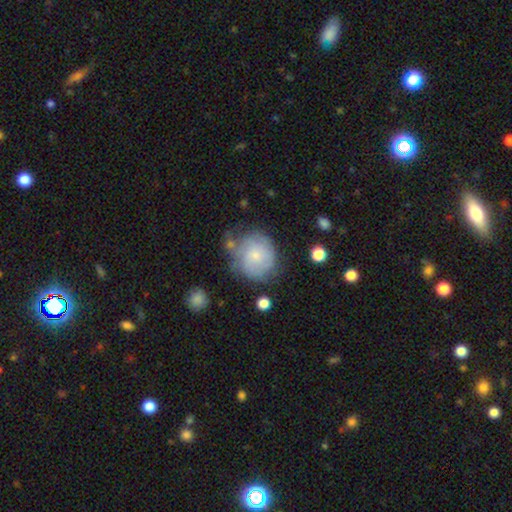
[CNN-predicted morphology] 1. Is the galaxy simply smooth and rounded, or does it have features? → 56% smooth, 36% featured or disk, 8% star or artifact.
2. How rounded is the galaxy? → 81% round, 18% in between, 1% cigar-shaped.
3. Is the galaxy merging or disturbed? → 52% none, 27% minor disturbance, 13% major disturbance, 7% merger.